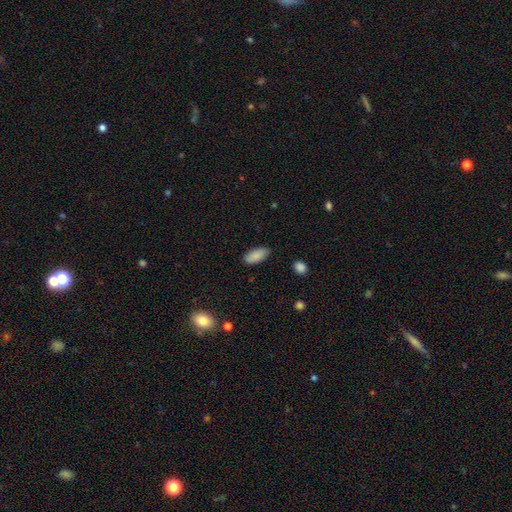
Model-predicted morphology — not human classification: type=smooth (88%); roundness=in between (89%); merging=none (84%).